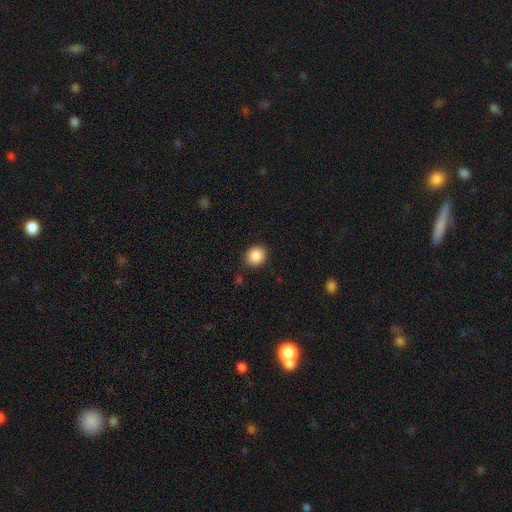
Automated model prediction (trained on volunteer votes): This appears to be a smooth galaxy with no disk features (88%) that is round (78%). Merging: none (87%).